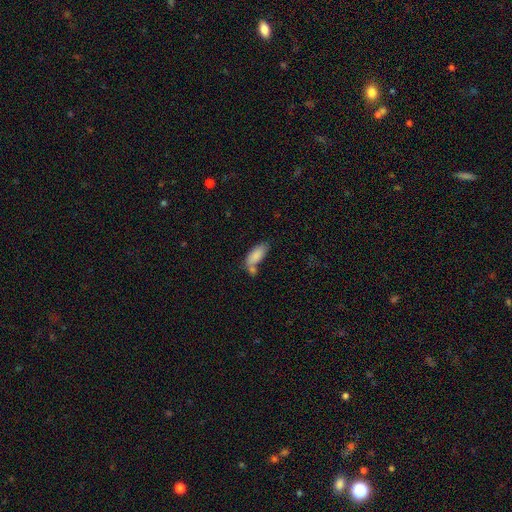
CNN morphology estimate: Q: Smooth or featured?
A: smooth (85%); runner-up: featured or disk (9%)
Q: How rounded?
A: in between (81%); runner-up: cigar-shaped (17%)
Q: Merging?
A: none (41%); runner-up: merger (36%)